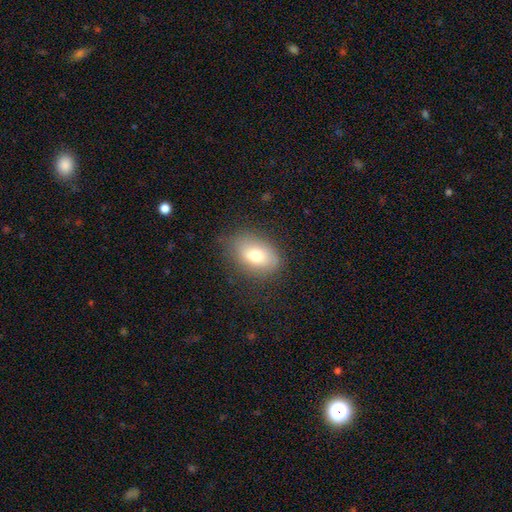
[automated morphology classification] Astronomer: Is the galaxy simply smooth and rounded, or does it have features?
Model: smooth — 73%.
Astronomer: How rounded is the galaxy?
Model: in between — 81%.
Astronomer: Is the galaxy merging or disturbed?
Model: none — 75%.